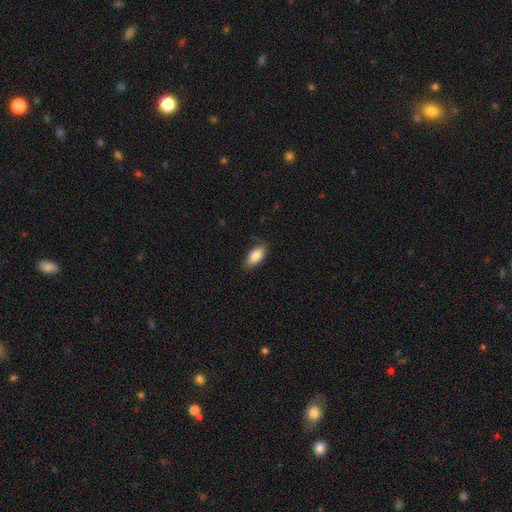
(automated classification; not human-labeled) smooth 84%, featured or disk 9%, star or artifact 7%. Down the decision tree: how rounded — in between (91%); merging — none (77%).